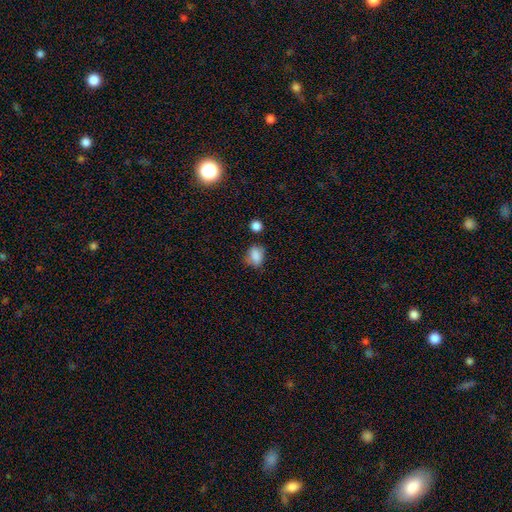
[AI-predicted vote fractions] Q: Smooth or featured?
A: smooth (82%); runner-up: star or artifact (11%)
Q: How rounded?
A: in between (61%); runner-up: round (38%)
Q: Merging?
A: none (62%); runner-up: minor disturbance (25%)